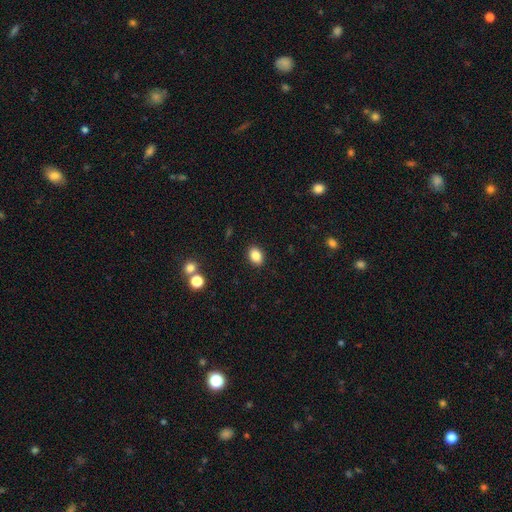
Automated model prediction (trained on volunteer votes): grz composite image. It shows a smooth galaxy with no disk features (85%) that is in between round and cigar-shaped (72%). Merging: none (89%).